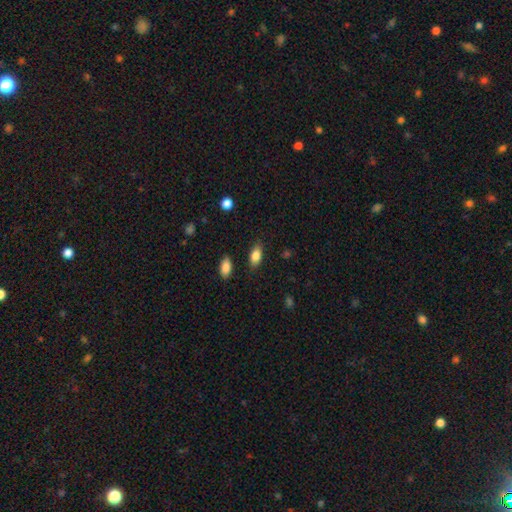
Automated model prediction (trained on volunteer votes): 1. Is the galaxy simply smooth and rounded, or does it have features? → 84% smooth, 8% featured or disk, 8% star or artifact.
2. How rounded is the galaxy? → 88% in between, 7% cigar-shaped, 5% round.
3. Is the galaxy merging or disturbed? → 84% none, 11% minor disturbance, 3% major disturbance, 2% merger.